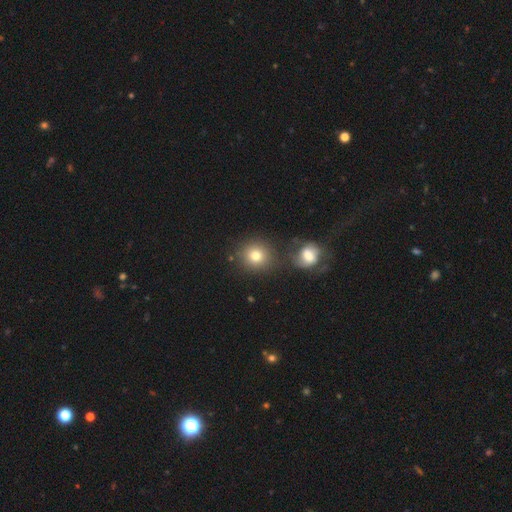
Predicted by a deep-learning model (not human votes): Smooth or featured?
  - smooth: 78% *
  - star or artifact: 12%
  - featured or disk: 10%
How rounded?
  - round: 87% *
  - in between: 12%
  - cigar-shaped: 1%
Merging?
  - none: 73% *
  - merger: 15%
  - minor disturbance: 9%
  - major disturbance: 4%